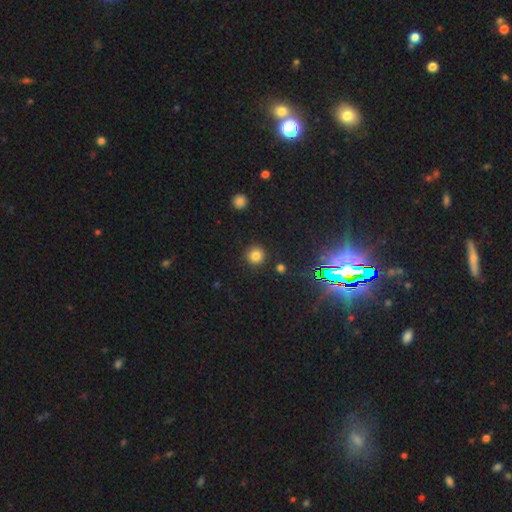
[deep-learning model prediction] A smooth galaxy with no disk features (79%) that is round (95%). Merging: none (90%).